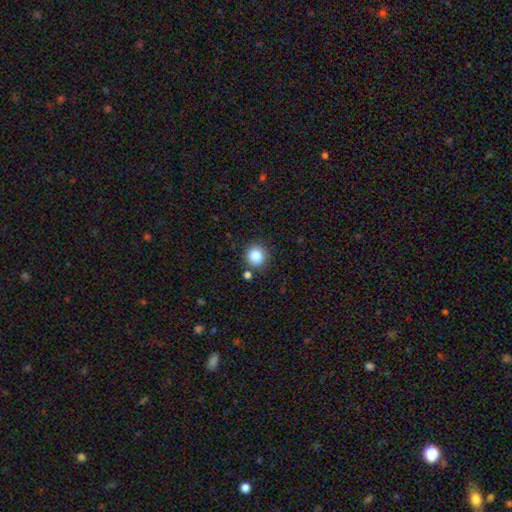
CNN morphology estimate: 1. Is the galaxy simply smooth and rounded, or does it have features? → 85% smooth, 11% star or artifact, 5% featured or disk.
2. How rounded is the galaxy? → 88% round, 11% in between, 1% cigar-shaped.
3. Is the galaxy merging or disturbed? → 82% none, 9% minor disturbance, 6% merger, 3% major disturbance.